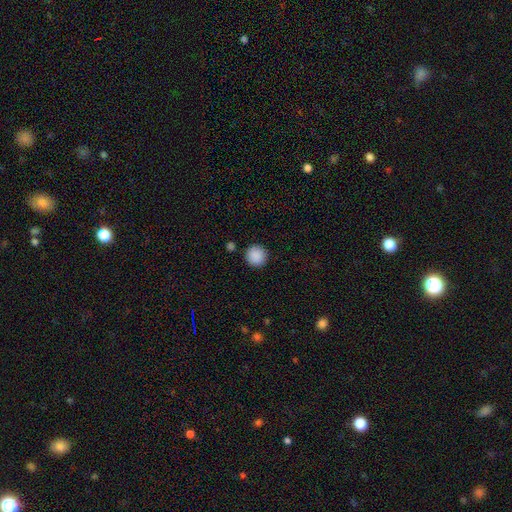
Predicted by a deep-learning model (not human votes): Q: Smooth or featured?
A: smooth (89%); runner-up: star or artifact (8%)
Q: How rounded?
A: round (95%); runner-up: in between (4%)
Q: Merging?
A: none (90%); runner-up: minor disturbance (6%)